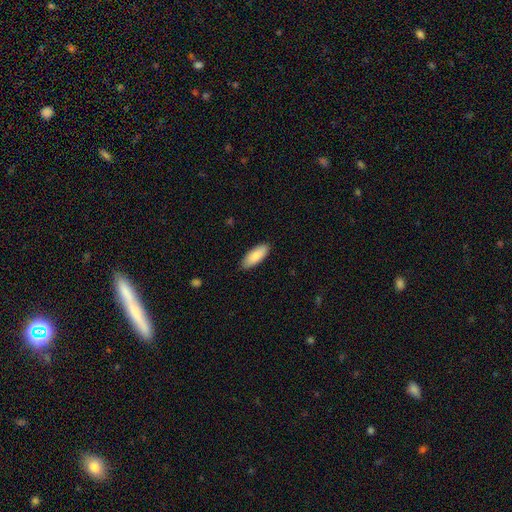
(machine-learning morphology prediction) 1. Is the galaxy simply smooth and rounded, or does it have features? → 85% smooth, 9% featured or disk, 6% star or artifact.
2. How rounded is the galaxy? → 80% in between, 19% cigar-shaped, 2% round.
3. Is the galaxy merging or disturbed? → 87% none, 11% minor disturbance, 2% major disturbance, 1% merger.